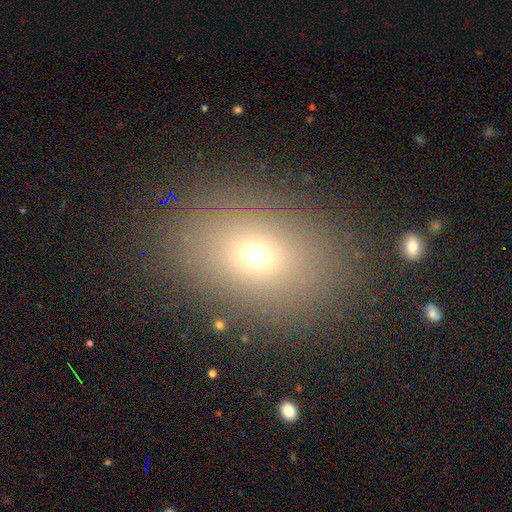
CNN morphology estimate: A smooth galaxy with no disk features (66%) that is in between round and cigar-shaped (69%). Merging: none (84%).